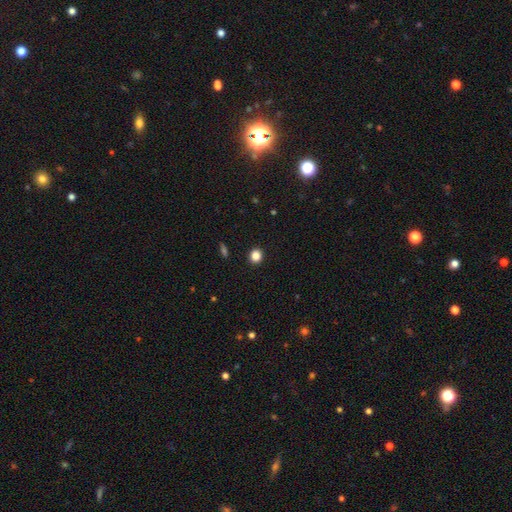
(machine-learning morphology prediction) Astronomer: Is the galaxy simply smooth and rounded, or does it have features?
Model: smooth — 84%.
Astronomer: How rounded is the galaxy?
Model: round — 82%.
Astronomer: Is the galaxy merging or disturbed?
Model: none — 92%.